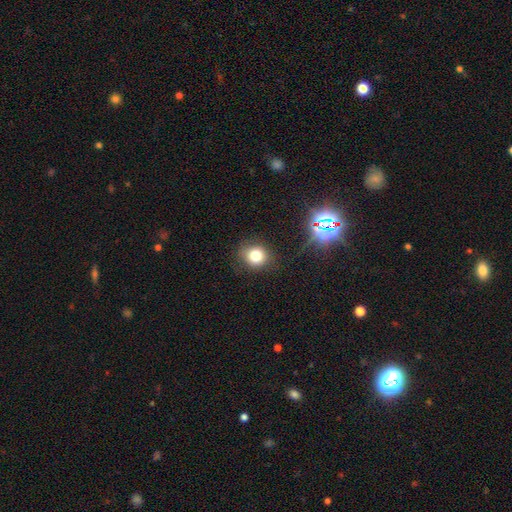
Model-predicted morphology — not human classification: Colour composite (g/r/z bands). It shows a smooth galaxy with no disk features (76%) that is round (82%). Merging: none (82%).